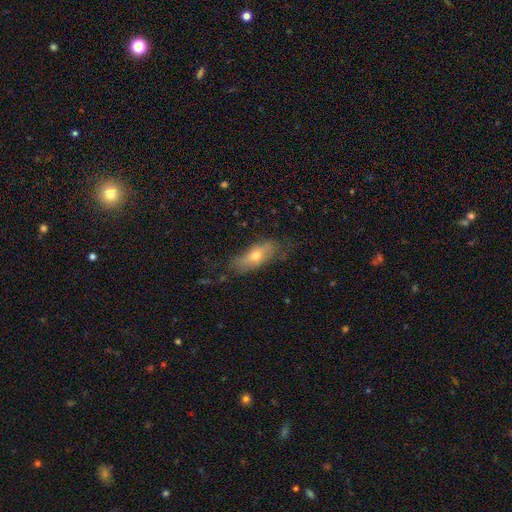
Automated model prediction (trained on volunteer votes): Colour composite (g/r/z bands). It shows a smooth galaxy with no disk features (56%) that is in between round and cigar-shaped (69%). Merging: none (62%).